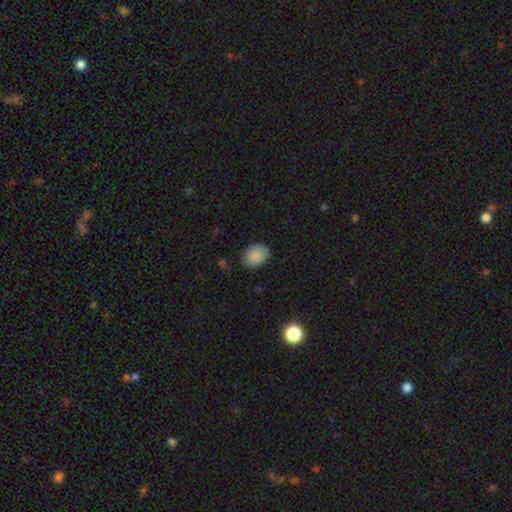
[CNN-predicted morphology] The model was most divided on "how rounded": in between: 72%, round: 27%, cigar-shaped: 1%. More confident: smooth or featured — smooth (88%); merging — none (79%).